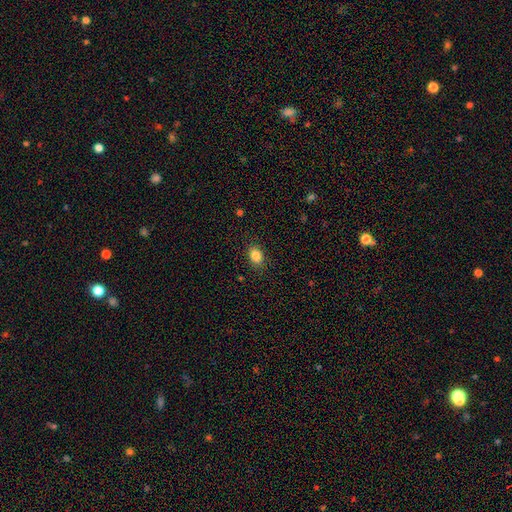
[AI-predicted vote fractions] This appears to be a smooth galaxy with no disk features (86%) that is in between round and cigar-shaped (73%). Merging: none (88%).